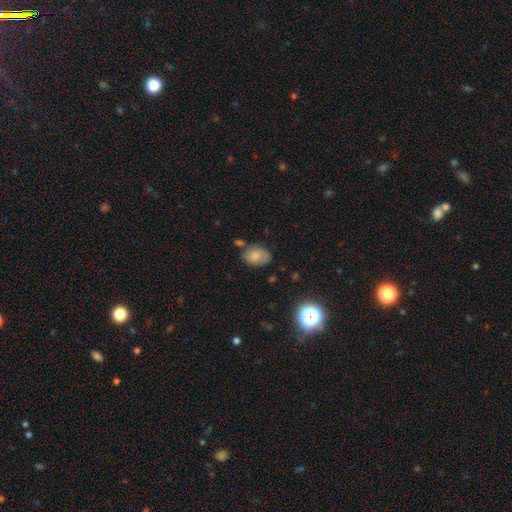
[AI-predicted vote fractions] This appears to be a smooth galaxy with no disk features (75%) that is in between round and cigar-shaped (77%). Merging: none (67%).